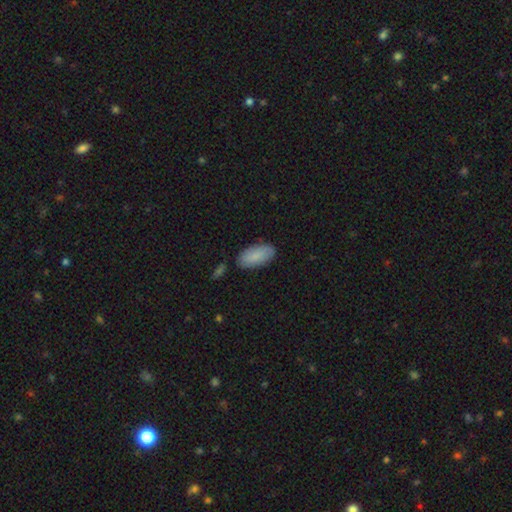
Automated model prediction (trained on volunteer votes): Morphology: type=smooth (86%); roundness=in between (91%); merging=none (79%).